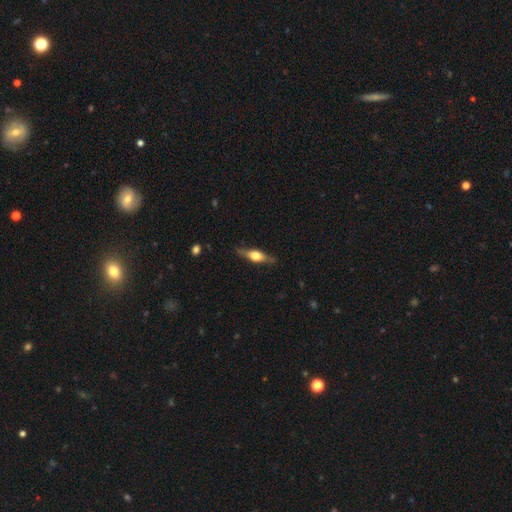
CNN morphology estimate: smooth-or-featured: featured or disk: 58% | smooth: 36% | star or artifact: 6%
  disk-edge-on: yes: 92% | no: 8%
    edge-on-bulge: rounded: 90% | boxy: 8% | none: 2%
  merging: none: 81% | minor disturbance: 15% | major disturbance: 3% | merger: 1%